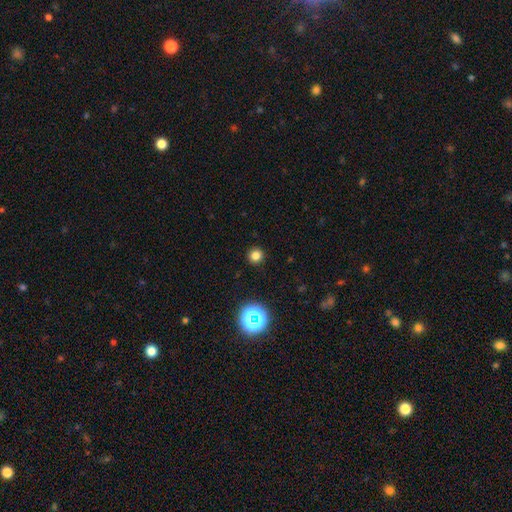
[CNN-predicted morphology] The model was most divided on "smooth or featured": smooth: 78%, star or artifact: 17%, featured or disk: 5%. More confident: how rounded — round (94%); merging — none (92%).